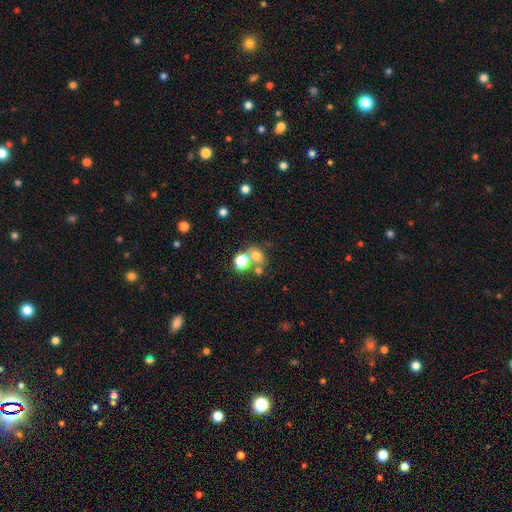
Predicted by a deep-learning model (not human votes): Smooth or featured: smooth — 66% (star or artifact — 21%)
How rounded: round — 67% (in between — 32%)
Merging: none — 49% (merger — 34%)